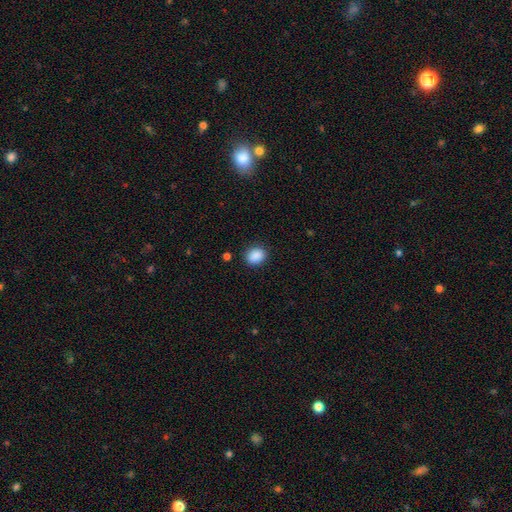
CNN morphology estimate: smooth_or_featured: smooth (p=0.88) [alt: star or artifact p=0.09]
how_rounded: round (p=0.54) [alt: in between p=0.45]
merging: none (p=0.87) [alt: minor disturbance p=0.09]